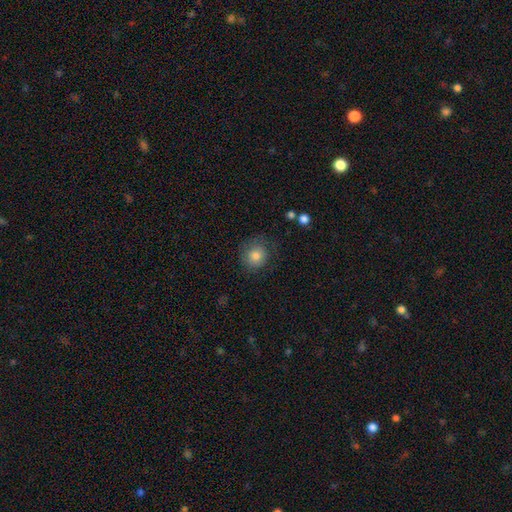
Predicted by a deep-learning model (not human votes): Overall: smooth (81%). How rounded: round (84%). Merging: none (73%).